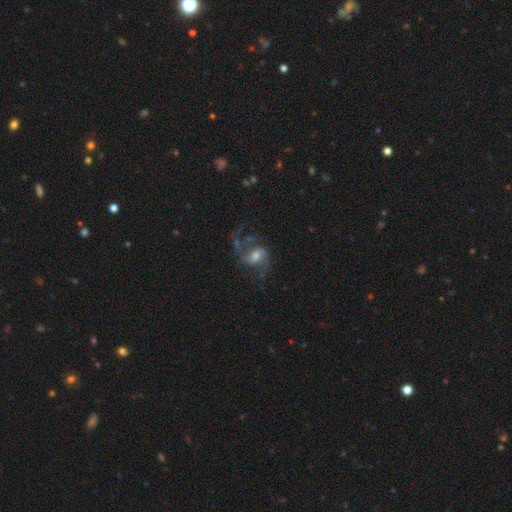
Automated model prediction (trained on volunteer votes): Smooth or featured? Predicted: featured or disk (p=0.81). Edge-on disk? Predicted: no (p=0.98). Bar? Predicted: weak (p=0.50). Spiral arms? Predicted: yes (p=0.93). Spiral winding? Predicted: loose (p=0.59). Spiral arm count? Predicted: 2 (p=0.78). Bulge size? Predicted: moderate (p=0.52). Merging? Predicted: none (p=0.55).